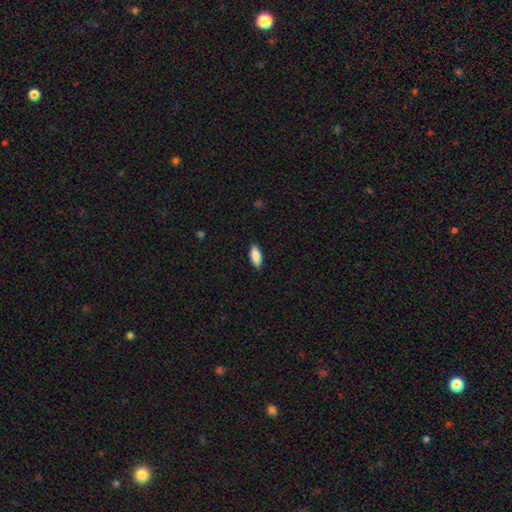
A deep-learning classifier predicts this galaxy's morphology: This is clearly a smooth galaxy (89%). How rounded: clearly in between (82%). Merging: clearly none (89%).